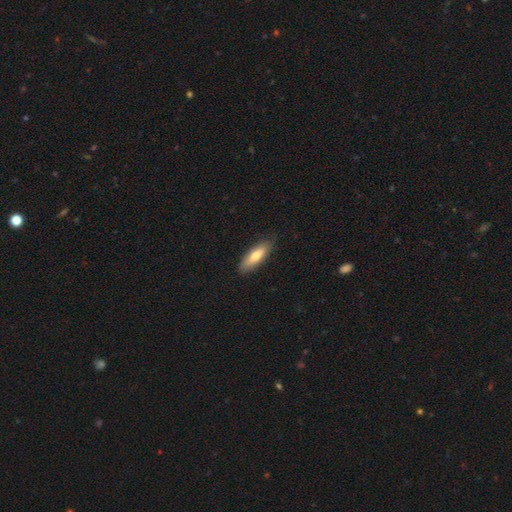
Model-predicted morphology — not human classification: Smooth or featured? Predicted: smooth (p=0.68). How rounded? Predicted: in between (p=0.54). Merging? Predicted: none (p=0.86).